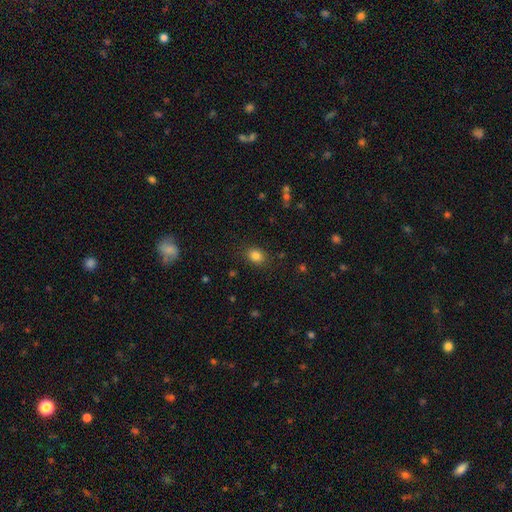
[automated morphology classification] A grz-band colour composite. It shows a smooth galaxy with no disk features (83%) that is in between round and cigar-shaped (55%). Merging: none (84%).